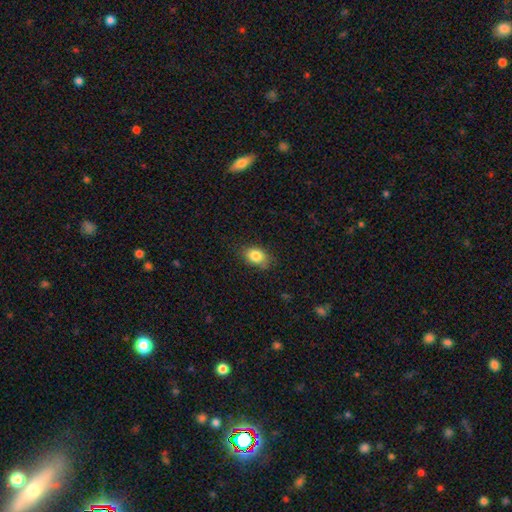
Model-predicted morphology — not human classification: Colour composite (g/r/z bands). It shows a smooth galaxy with no disk features (84%) that is in between round and cigar-shaped (75%). Merging: none (75%).